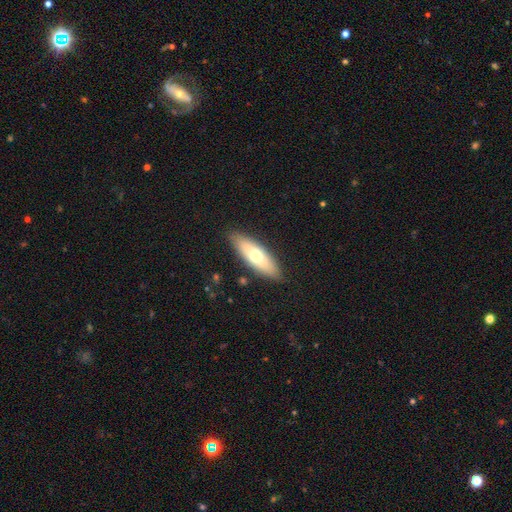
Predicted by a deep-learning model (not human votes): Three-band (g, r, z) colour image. It shows a smooth galaxy with no disk features (60%) that is in between round and cigar-shaped (57%). Merging: none (86%).